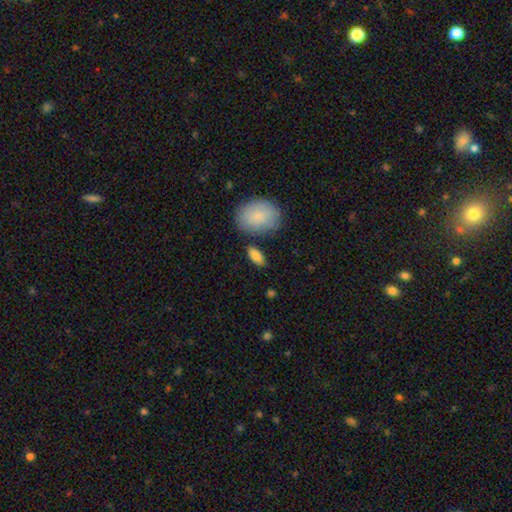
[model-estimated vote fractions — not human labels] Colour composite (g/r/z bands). It shows a smooth galaxy with no disk features (83%) that is in between round and cigar-shaped (87%). Merging: none (77%).